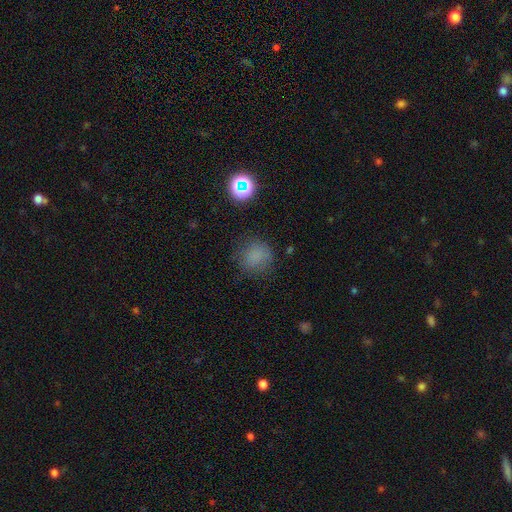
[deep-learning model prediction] A smooth galaxy with no disk features (75%) that is round (86%). Merging: none (76%).